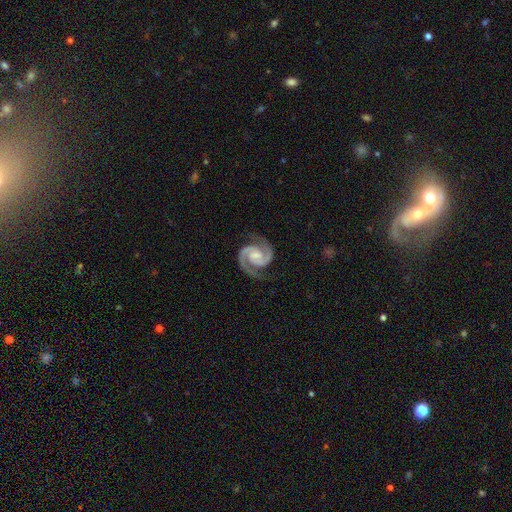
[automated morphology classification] Smooth or featured? Predicted: featured or disk (p=0.94). Edge-on disk? Predicted: no (p=0.99). Bar? Predicted: no (p=0.46). Spiral arms? Predicted: yes (p=0.99). Spiral winding? Predicted: medium (p=0.50). Spiral arm count? Predicted: 2 (p=0.95). Bulge size? Predicted: small (p=0.38). Merging? Predicted: none (p=0.81).